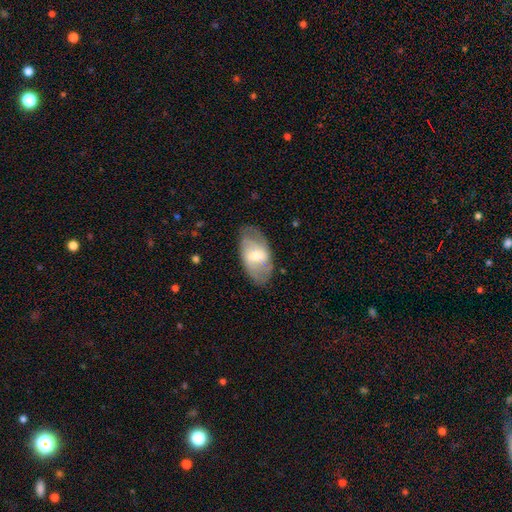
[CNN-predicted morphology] smooth-or-featured: featured or disk: 54% | smooth: 40% | star or artifact: 6%
  disk-edge-on: no: 91% | yes: 9%
  merging: none: 75% | minor disturbance: 18% | major disturbance: 6% | merger: 1%